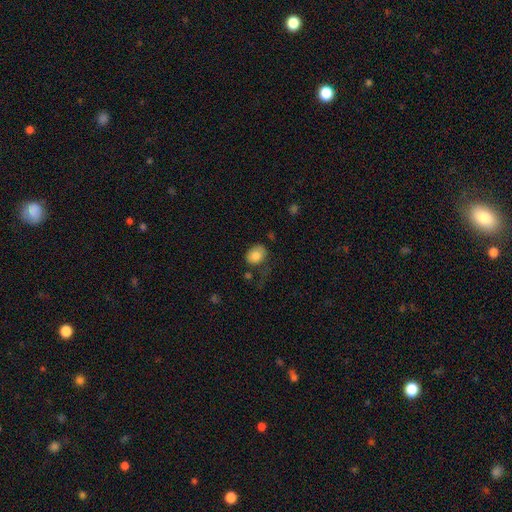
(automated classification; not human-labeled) smooth 83%, featured or disk 10%, star or artifact 8%. Down the decision tree: how rounded — in between (59%); merging — none (55%).